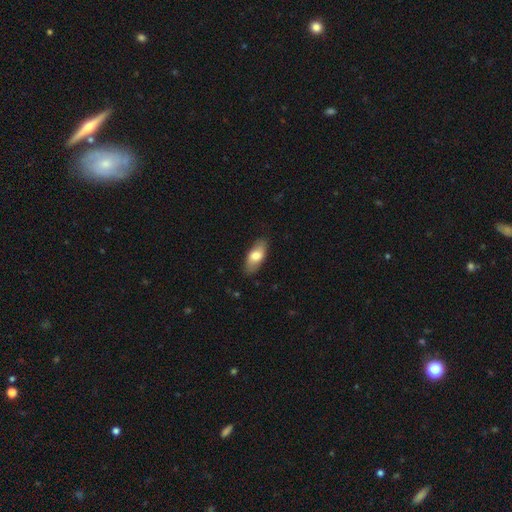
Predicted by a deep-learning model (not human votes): smooth-or-featured: smooth: 73% | featured or disk: 21% | star or artifact: 6%
  how-rounded: in between: 87% | cigar-shaped: 10% | round: 3%
  merging: none: 83% | minor disturbance: 14% | major disturbance: 3% | merger: 1%